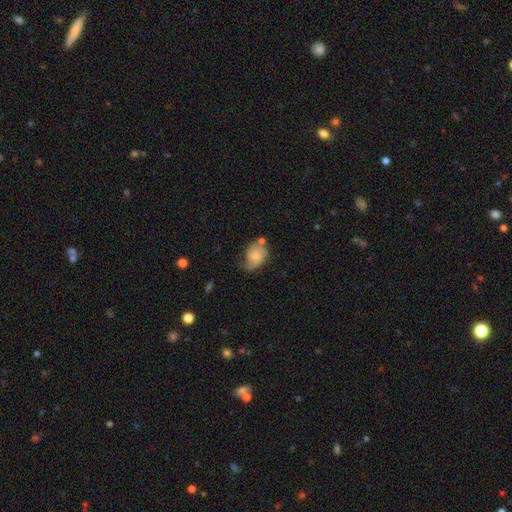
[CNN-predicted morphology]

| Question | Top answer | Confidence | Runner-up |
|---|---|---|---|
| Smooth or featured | smooth | 51% | featured or disk (41%) |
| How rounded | in between | 68% | round (31%) |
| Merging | none | 41% | minor disturbance (32%) |